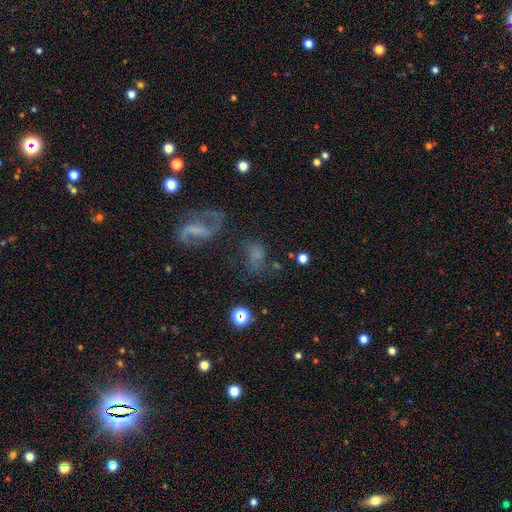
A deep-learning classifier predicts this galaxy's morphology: Q: Smooth or featured?
A: smooth (40%); runner-up: featured or disk (39%)
Q: Merging?
A: none (48%); runner-up: major disturbance (21%)